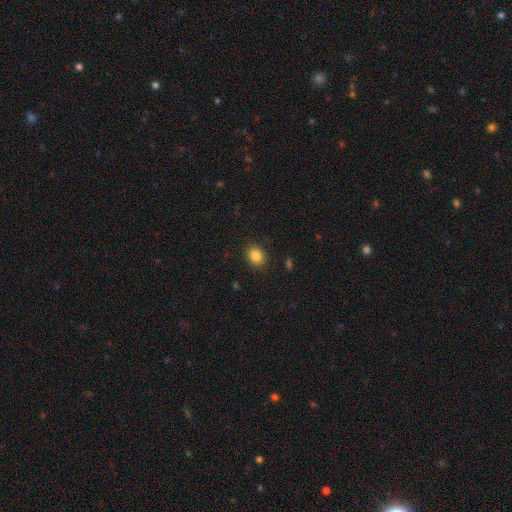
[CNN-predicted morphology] type=smooth (85%); roundness=in between (53%); merging=none (89%).